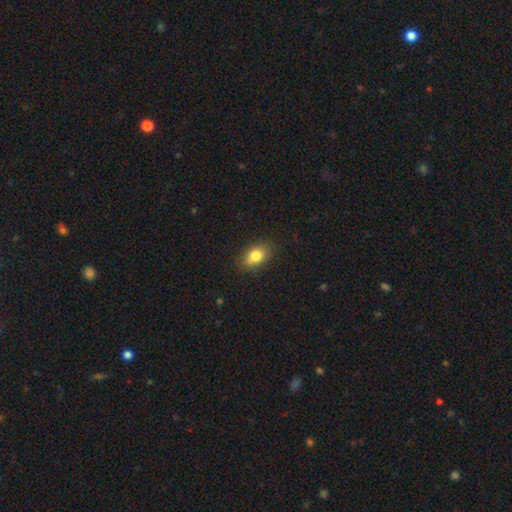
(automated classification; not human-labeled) smooth-or-featured: smooth: 80% | featured or disk: 11% | star or artifact: 9%
  how-rounded: in between: 81% | round: 16% | cigar-shaped: 3%
  merging: none: 79% | minor disturbance: 16% | major disturbance: 3% | merger: 2%